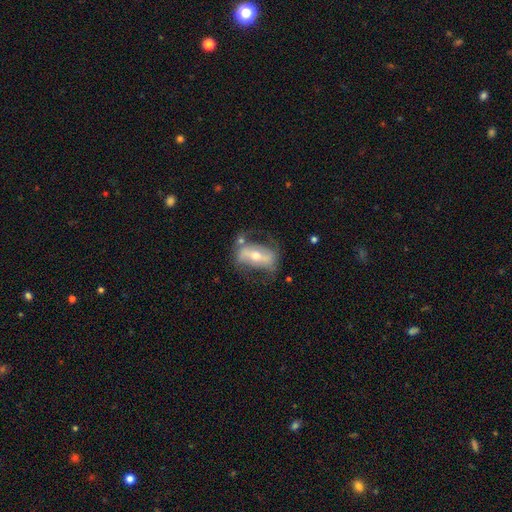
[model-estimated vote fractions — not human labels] Overall: featured or disk (68%). Edge-on disk: no (86%). Bar: strong (51%; no 25%). Spiral arms: yes (62%; no 38%). Bulge size: moderate (60%; small 34%). Merging: none (52%; minor disturbance 23%).